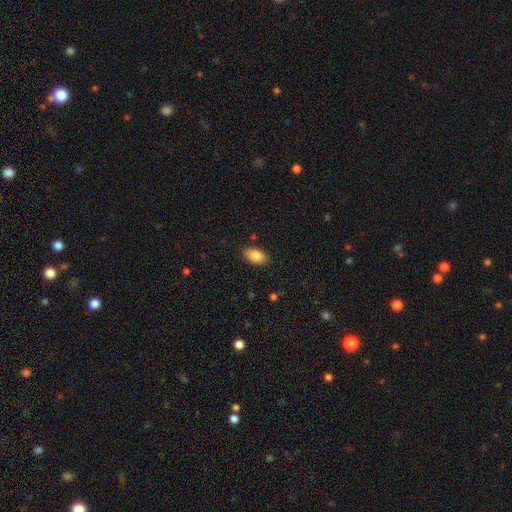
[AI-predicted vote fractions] smooth 83%, featured or disk 9%, star or artifact 8%. Down the decision tree: how rounded — in between (91%); merging — none (88%).